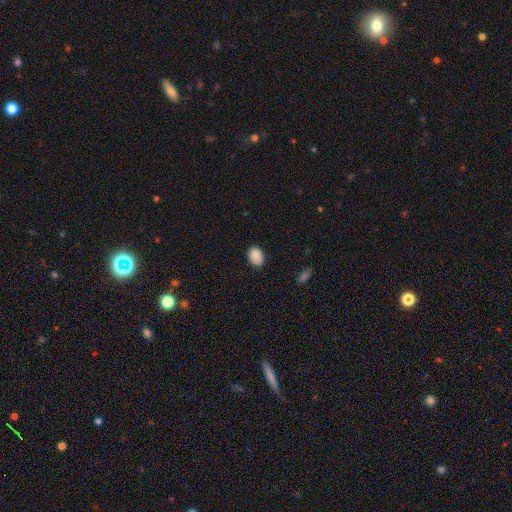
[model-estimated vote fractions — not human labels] The model was most divided on "how rounded": in between: 76%, round: 23%, cigar-shaped: 1%. More confident: smooth or featured — smooth (87%); merging — none (80%).